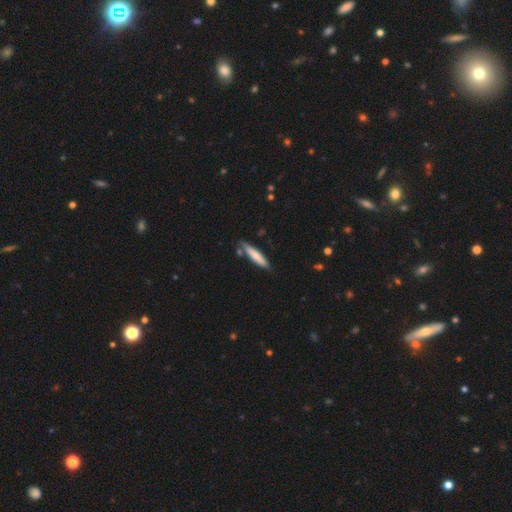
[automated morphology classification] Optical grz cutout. It shows a smooth galaxy with no disk features (70%) that is cigar-shaped (87%). Merging: none (80%).